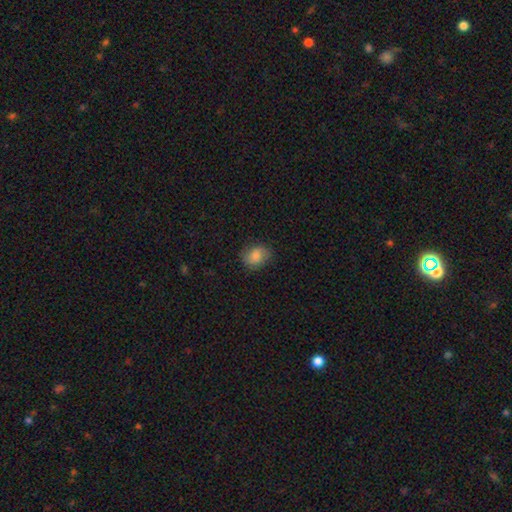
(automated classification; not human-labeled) Q: Smooth or featured?
A: smooth (80%); runner-up: featured or disk (10%)
Q: How rounded?
A: in between (51%); runner-up: round (48%)
Q: Merging?
A: none (79%); runner-up: minor disturbance (16%)